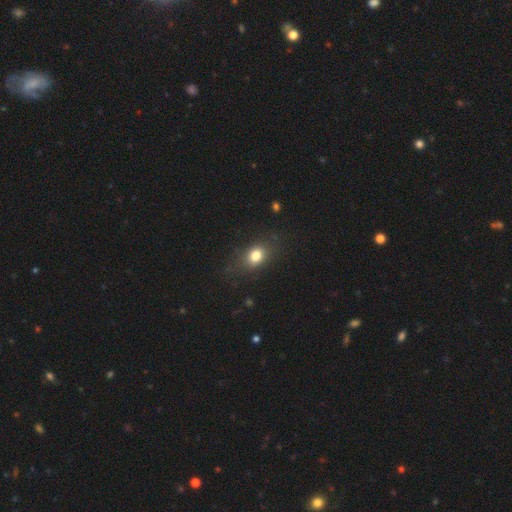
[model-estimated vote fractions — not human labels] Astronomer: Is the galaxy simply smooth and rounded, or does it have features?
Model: smooth — 79%.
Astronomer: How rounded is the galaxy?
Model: in between — 67%.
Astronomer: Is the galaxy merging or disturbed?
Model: none — 76%.